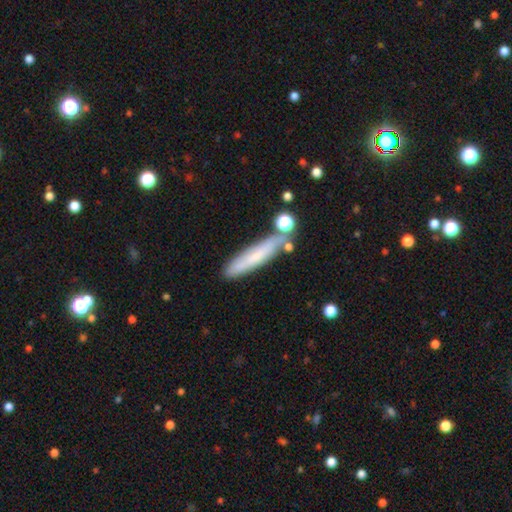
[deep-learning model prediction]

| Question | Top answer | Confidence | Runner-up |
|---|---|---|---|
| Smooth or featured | smooth | 64% | featured or disk (28%) |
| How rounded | cigar-shaped | 88% | in between (10%) |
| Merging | none | 72% | minor disturbance (15%) |